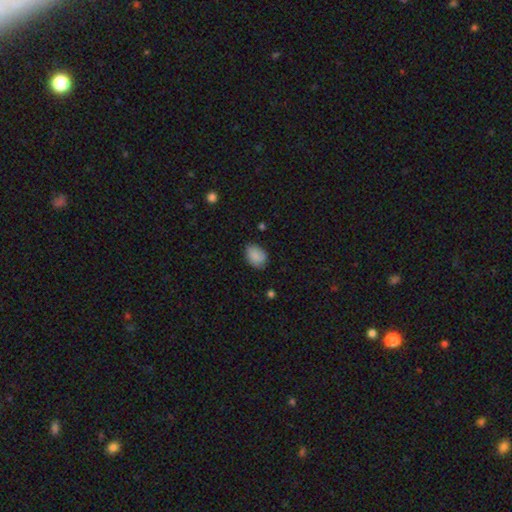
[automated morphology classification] Smooth or featured: smooth — 85% (featured or disk — 8%)
How rounded: in between — 70% (round — 29%)
Merging: none — 74% (minor disturbance — 21%)